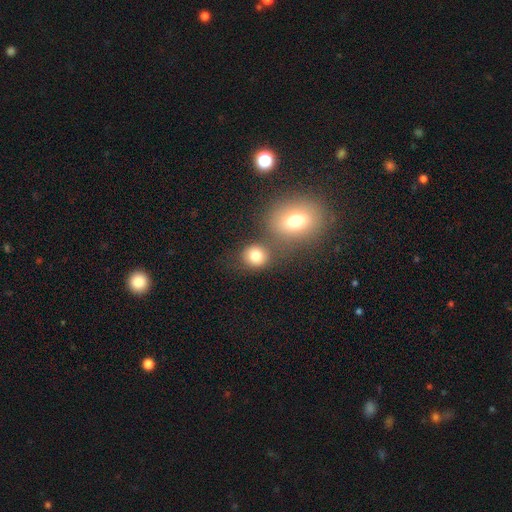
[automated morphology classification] Smooth or featured? smooth (81%)
How rounded? round (76%)
Merging? none (64%)